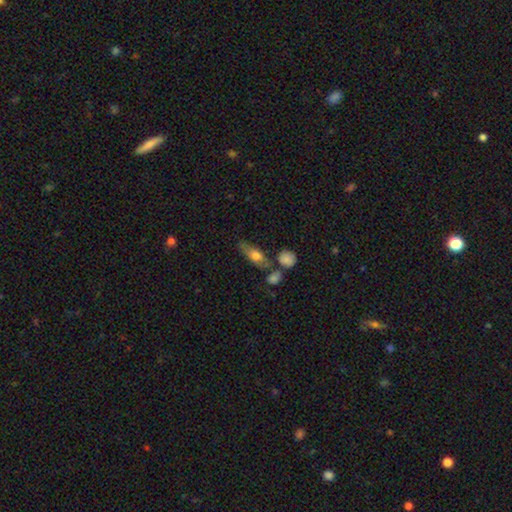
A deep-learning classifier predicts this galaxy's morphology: smooth 67%, featured or disk 26%, star or artifact 7%. Down the decision tree: how rounded — in between (73%); merging — none (50%).